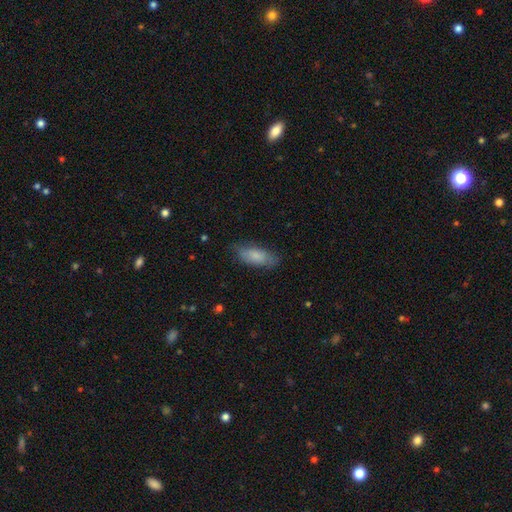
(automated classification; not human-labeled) smooth_or_featured: smooth (p=0.78) [alt: featured or disk p=0.15]
how_rounded: in between (p=0.79) [alt: cigar-shaped p=0.19]
merging: none (p=0.73) [alt: minor disturbance p=0.20]